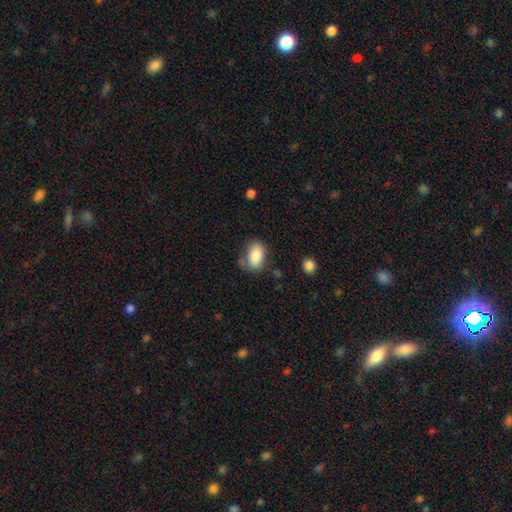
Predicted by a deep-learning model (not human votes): Smooth or featured? Predicted: smooth (p=0.85). How rounded? Predicted: in between (p=0.89). Merging? Predicted: none (p=0.68).